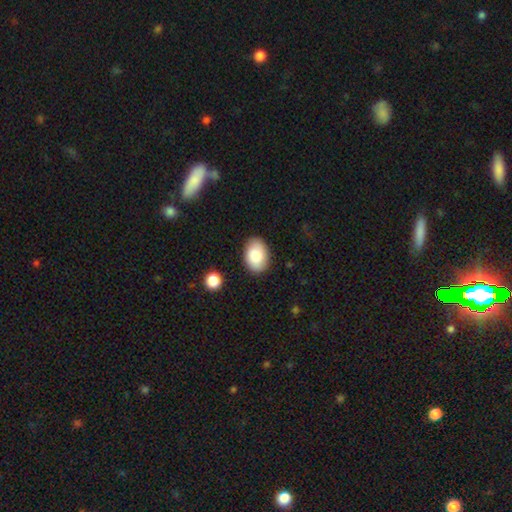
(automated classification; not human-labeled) smooth_or_featured: smooth (p=0.85) [alt: featured or disk p=0.08]
how_rounded: in between (p=0.87) [alt: round p=0.12]
merging: none (p=0.85) [alt: minor disturbance p=0.11]